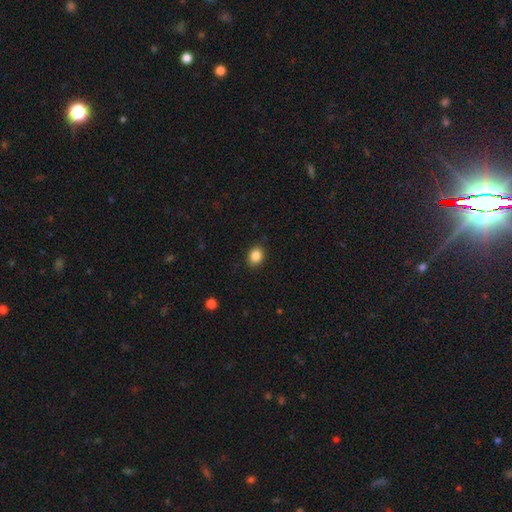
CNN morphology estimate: Smooth or featured? Predicted: smooth (p=0.87). How rounded? Predicted: round (p=0.53). Merging? Predicted: none (p=0.90).